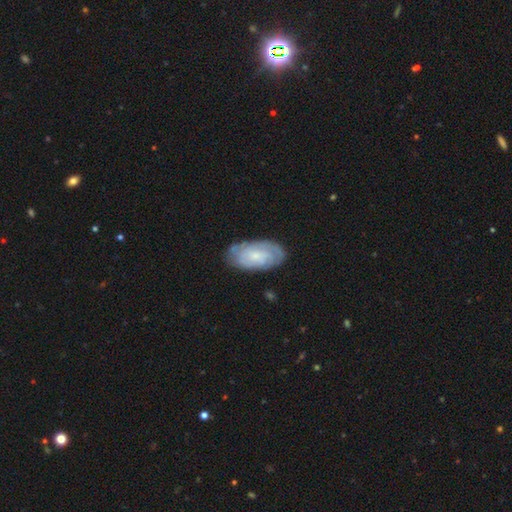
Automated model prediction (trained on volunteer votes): A featured or disk galaxy (58%) with no bar (69%), spiral arms (81%) and a small central bulge (64%). Merging: none (75%).